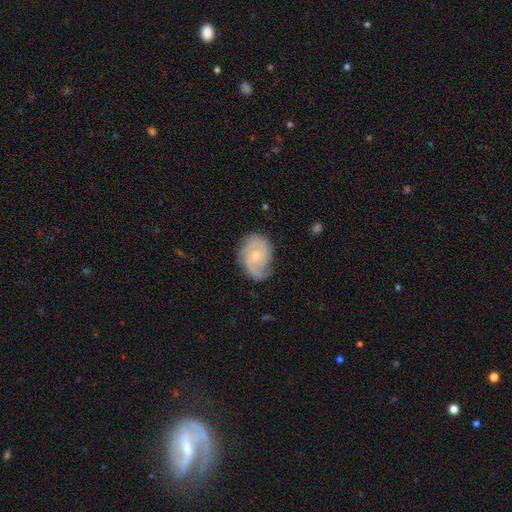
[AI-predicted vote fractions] This is likely a featured or disk galaxy (77%). It is clearly not viewed edge-on (97%). Bar: likely no (72%). Spiral arm pattern: clearly yes (93%). Spiral arm count: likely 2 (60%). Spiral winding: marginally medium (42%). Central bulge: likely small (61%). Merging: likely none (65%).